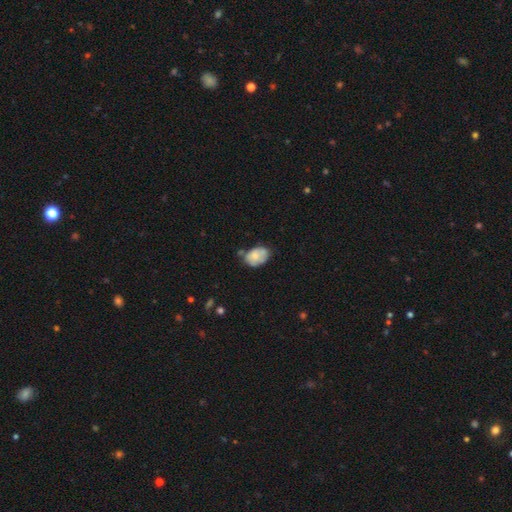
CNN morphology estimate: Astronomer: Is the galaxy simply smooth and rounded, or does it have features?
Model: smooth — 67%.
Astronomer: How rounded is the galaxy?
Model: in between — 80%.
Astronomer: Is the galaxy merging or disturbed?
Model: none — 43% (runner-up: minor disturbance, 36%).